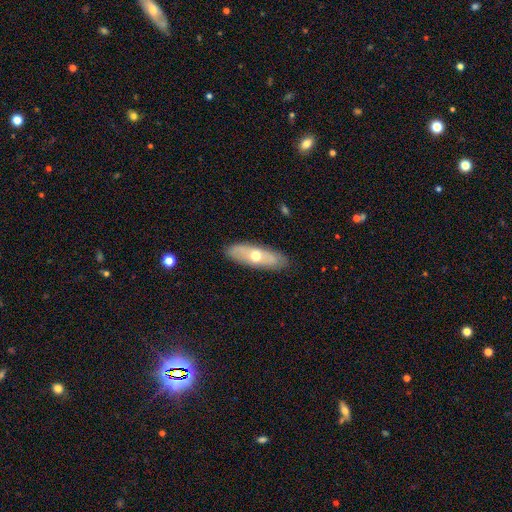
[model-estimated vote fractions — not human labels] A smooth galaxy with no disk features (51%) that is in between round and cigar-shaped (62%).

Vote fractions:
- Smooth or featured? smooth: 51% / featured or disk: 43% / star or artifact: 6%
- How rounded? in between: 62% / cigar-shaped: 34% / round: 4%
- Merging? none: 85% / minor disturbance: 11% / major disturbance: 3% / merger: 1%